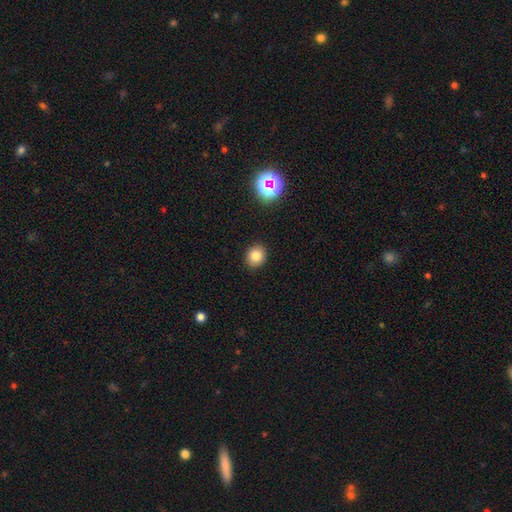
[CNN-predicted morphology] This is clearly a smooth galaxy (80%). How rounded: likely round (71%). Merging: clearly none (90%).